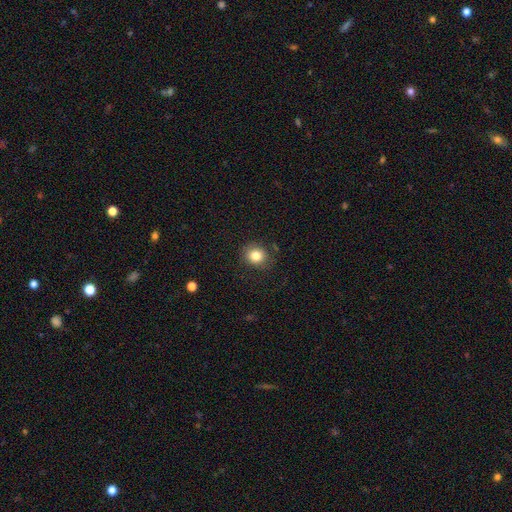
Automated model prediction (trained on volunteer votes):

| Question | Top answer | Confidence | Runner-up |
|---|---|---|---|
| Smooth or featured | smooth | 83% | star or artifact (11%) |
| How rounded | round | 81% | in between (18%) |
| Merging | none | 84% | minor disturbance (11%) |